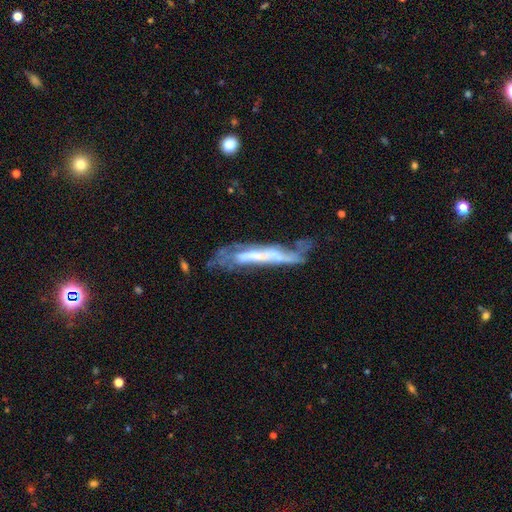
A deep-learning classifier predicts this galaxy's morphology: smooth-or-featured: featured or disk: 65% | smooth: 26% | star or artifact: 9%
  disk-edge-on: yes: 59% | no: 41%
  merging: none: 39% | minor disturbance: 27% | major disturbance: 27% | merger: 8%